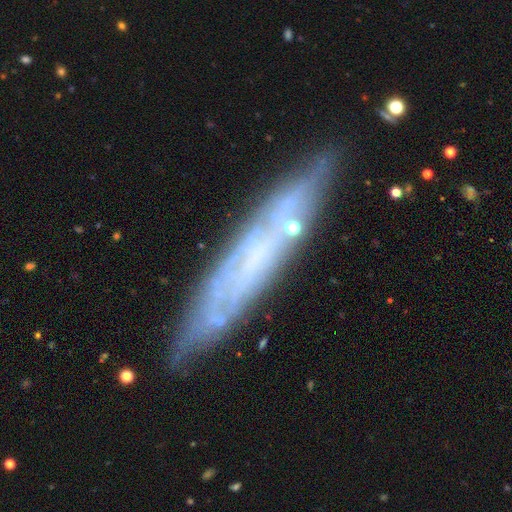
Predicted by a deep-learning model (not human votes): Q: Smooth or featured?
A: featured or disk (65%); runner-up: smooth (26%)
Q: Edge-on disk?
A: yes (62%); runner-up: no (38%)
Q: Merging?
A: none (79%); runner-up: minor disturbance (14%)